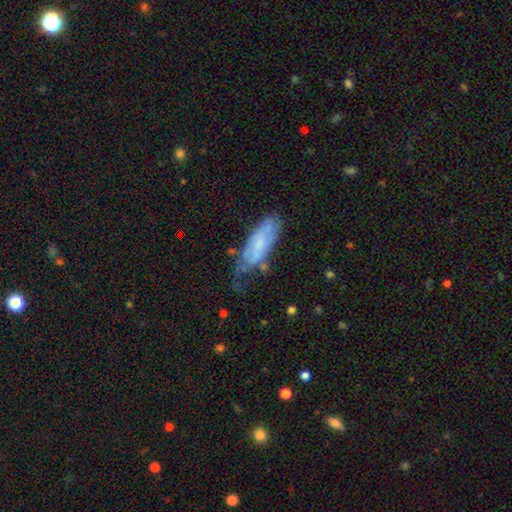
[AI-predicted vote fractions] A smooth galaxy with no disk features (47%).

Vote fractions:
- Smooth or featured? smooth: 47% / featured or disk: 46% / star or artifact: 7%
- Merging? minor disturbance: 35% / none: 32% / major disturbance: 28% / merger: 6%